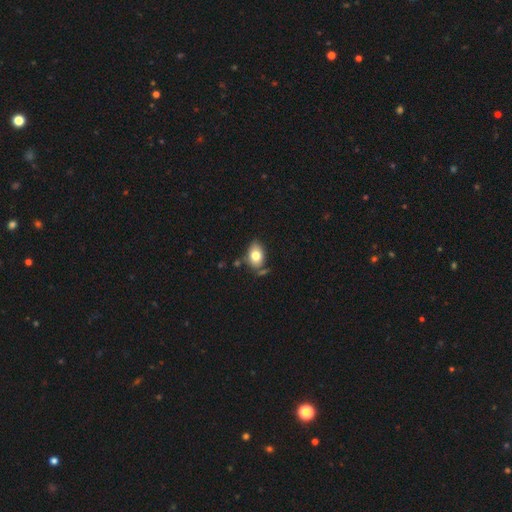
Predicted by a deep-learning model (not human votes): A smooth galaxy with no disk features (78%) that is in between round and cigar-shaped (80%). Merging: none (67%).